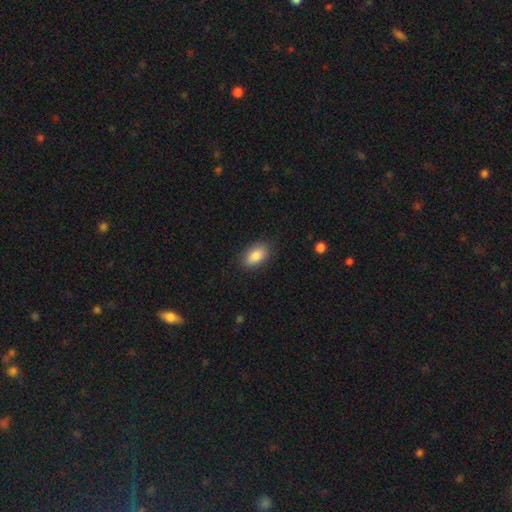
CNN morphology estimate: Smooth or featured? Predicted: smooth (p=0.86). How rounded? Predicted: in between (p=0.91). Merging? Predicted: none (p=0.86).